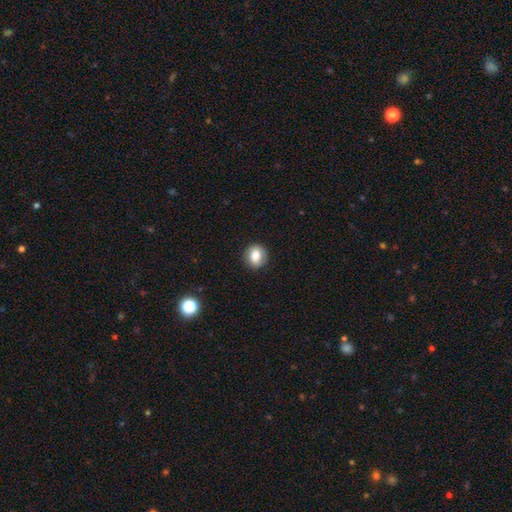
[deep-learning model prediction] Q: Smooth or featured?
A: smooth (78%); runner-up: featured or disk (13%)
Q: How rounded?
A: round (70%); runner-up: in between (29%)
Q: Merging?
A: none (88%); runner-up: minor disturbance (9%)